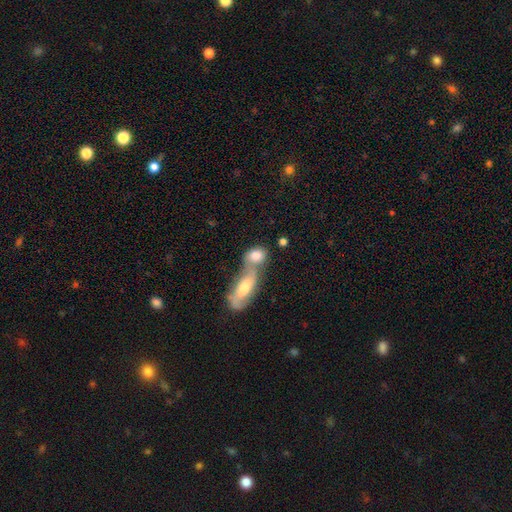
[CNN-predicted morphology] smooth-or-featured: smooth: 73% | featured or disk: 19% | star or artifact: 8%
  how-rounded: in between: 73% | round: 21% | cigar-shaped: 6%
  merging: merger: 64% | none: 23% | minor disturbance: 8% | major disturbance: 5%